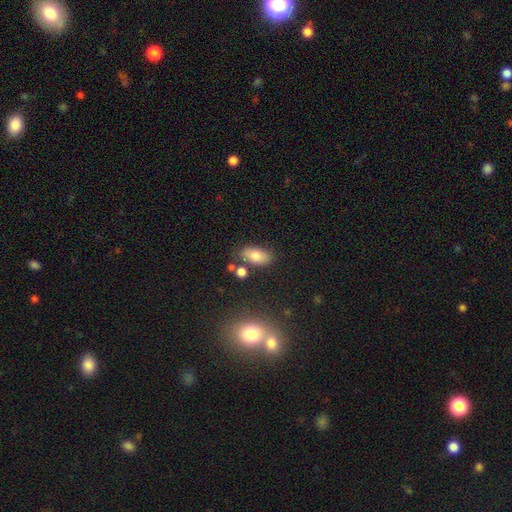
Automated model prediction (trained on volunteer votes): Morphology: type=smooth (75%); roundness=in between (89%); merging=none (77%).